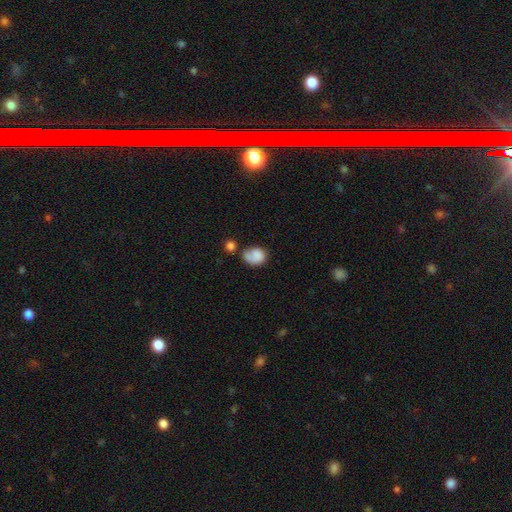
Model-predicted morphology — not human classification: Smooth or featured? Predicted: smooth (p=0.77). How rounded? Predicted: in between (p=0.58). Merging? Predicted: none (p=0.34).